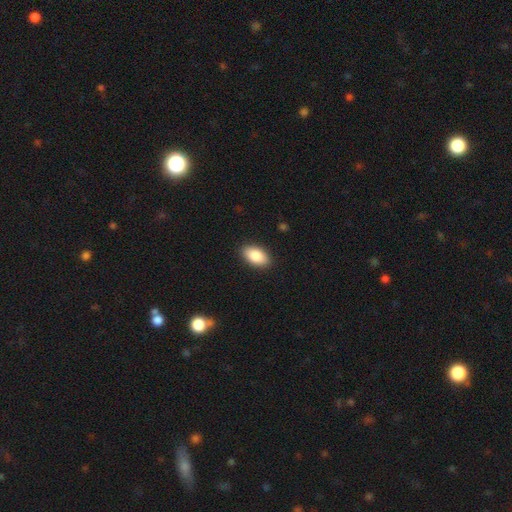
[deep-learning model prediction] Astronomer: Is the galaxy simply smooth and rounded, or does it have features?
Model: smooth — 86%.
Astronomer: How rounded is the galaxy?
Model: in between — 93%.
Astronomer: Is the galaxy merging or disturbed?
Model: none — 89%.